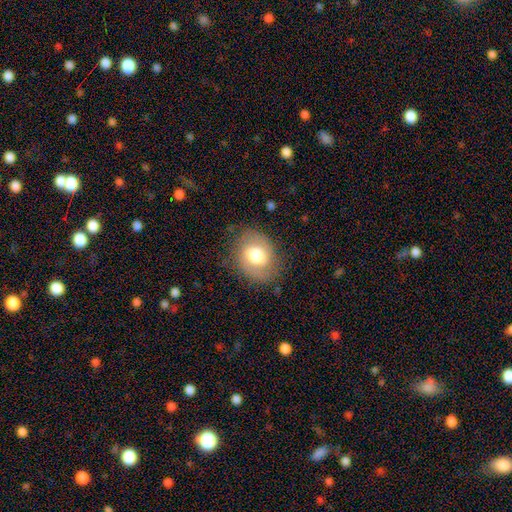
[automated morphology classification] smooth-or-featured: smooth: 59% | featured or disk: 33% | star or artifact: 8%
  how-rounded: in between: 50% | round: 49% | cigar-shaped: 1%
  merging: none: 76% | minor disturbance: 16% | major disturbance: 7% | merger: 1%